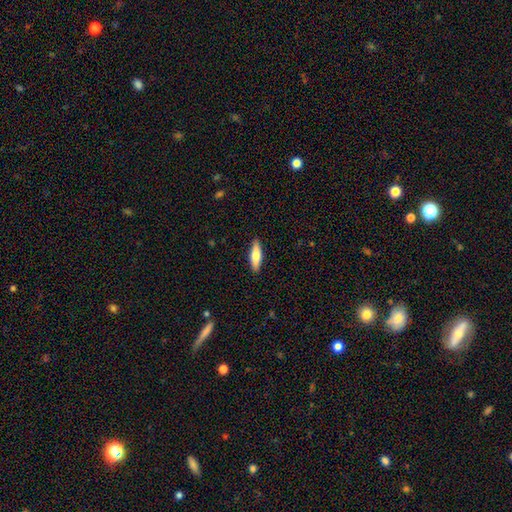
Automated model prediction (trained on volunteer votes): This is likely a smooth galaxy (67%). How rounded: possibly cigar-shaped (56%). Merging: clearly none (90%).